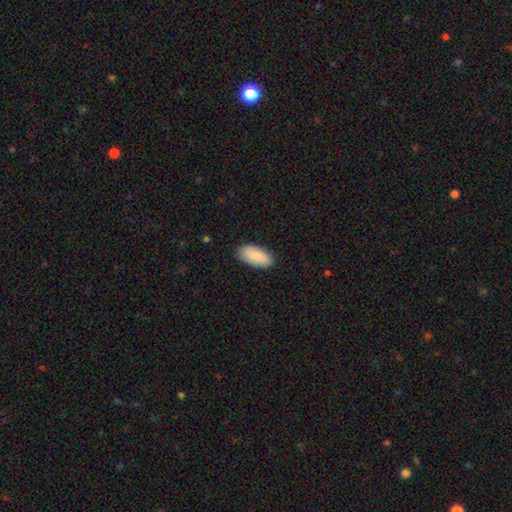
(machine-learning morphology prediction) Smooth or featured? smooth (87%)
How rounded? in between (94%)
Merging? none (86%)